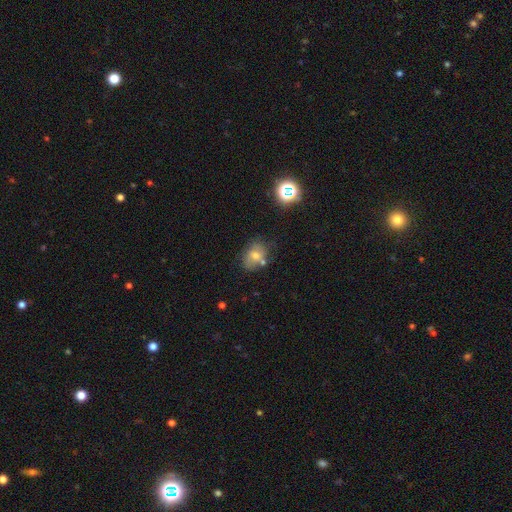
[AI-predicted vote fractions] This is possibly a smooth galaxy (53%). How rounded: possibly in between (56%). Merging: likely none (61%).